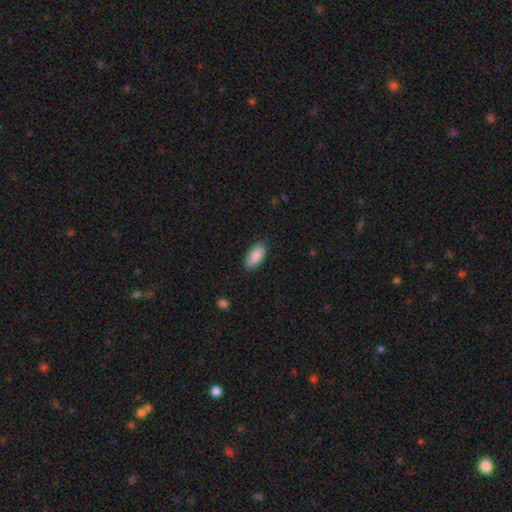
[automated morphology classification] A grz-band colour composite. It shows a smooth galaxy with no disk features (87%) that is in between round and cigar-shaped (93%). Merging: none (83%).